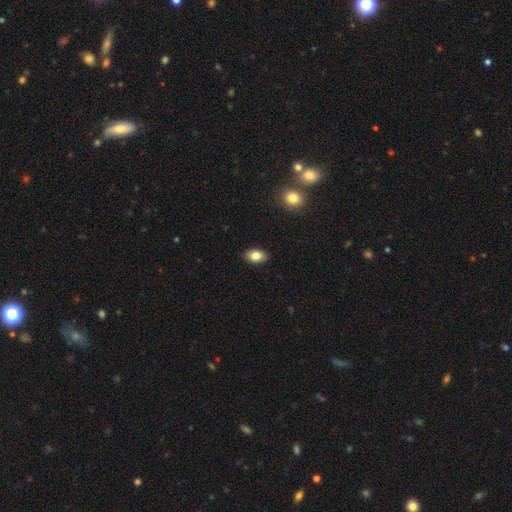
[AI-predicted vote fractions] Smooth or featured? smooth (84%)
How rounded? in between (86%)
Merging? none (90%)